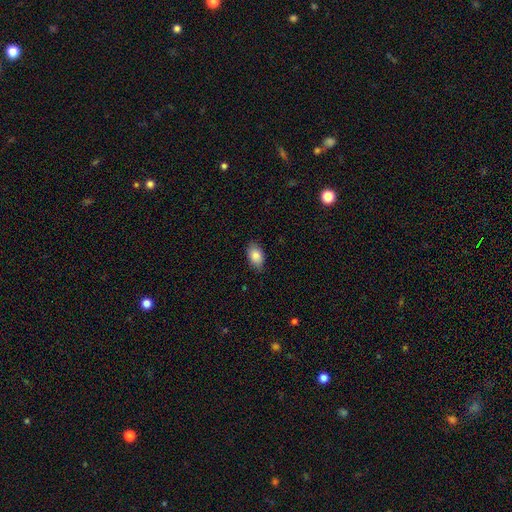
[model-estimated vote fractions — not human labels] The model was most divided on "merging": none: 82%, minor disturbance: 15%, major disturbance: 3%, merger: 1%. More confident: how rounded — in between (90%); smooth or featured — smooth (85%).